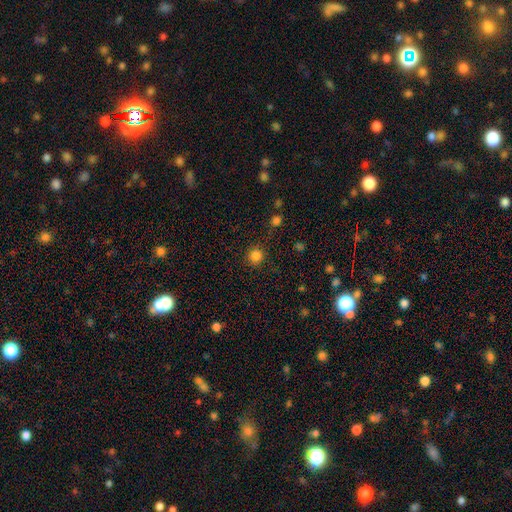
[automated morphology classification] type=smooth (83%); roundness=round (94%); merging=none (88%).